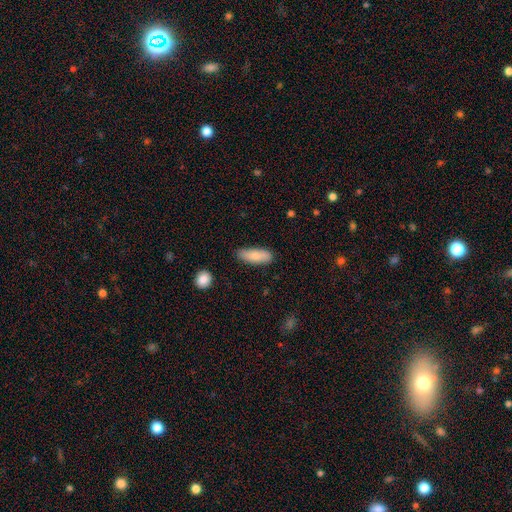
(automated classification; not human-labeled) smooth-or-featured: smooth: 82% | featured or disk: 12% | star or artifact: 6%
  how-rounded: in between: 70% | cigar-shaped: 28% | round: 2%
  merging: none: 79% | minor disturbance: 16% | major disturbance: 3% | merger: 2%